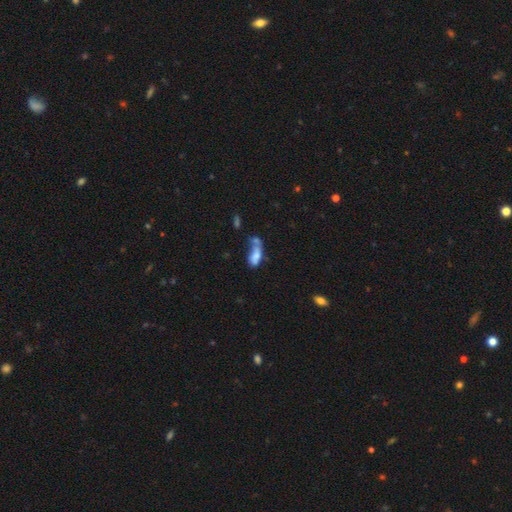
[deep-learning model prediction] A smooth galaxy with no disk features (65%) that is in between round and cigar-shaped (78%).

Vote fractions:
- Smooth or featured? smooth: 65% / featured or disk: 24% / star or artifact: 11%
- How rounded? in between: 78% / cigar-shaped: 17% / round: 5%
- Merging? merger: 45% / major disturbance: 21% / none: 19% / minor disturbance: 15%